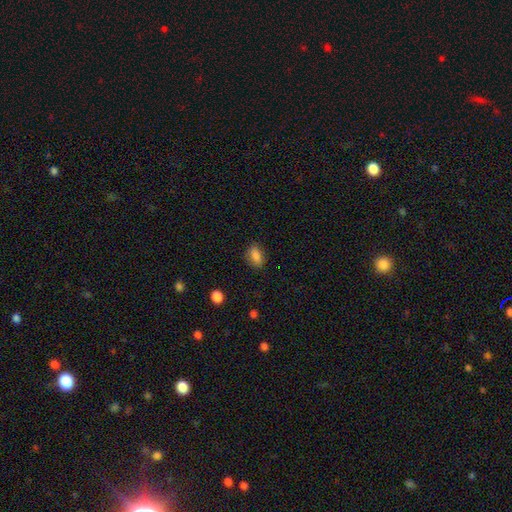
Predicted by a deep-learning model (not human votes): Smooth or featured: smooth — 85% (star or artifact — 9%)
How rounded: in between — 83% (round — 13%)
Merging: none — 81% (minor disturbance — 14%)